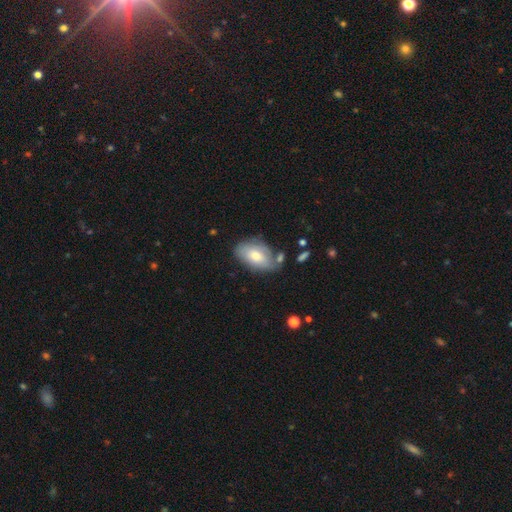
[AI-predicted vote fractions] This appears to be a smooth galaxy with no disk features (68%) that is in between round and cigar-shaped (92%). Merging: none (60%).